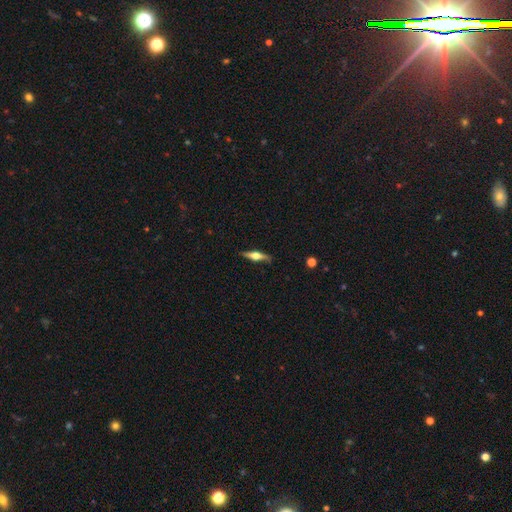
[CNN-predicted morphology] A featured or disk galaxy (66%) viewed edge-on (95%) with a rounded central bulge (92%). Merging: none (84%).